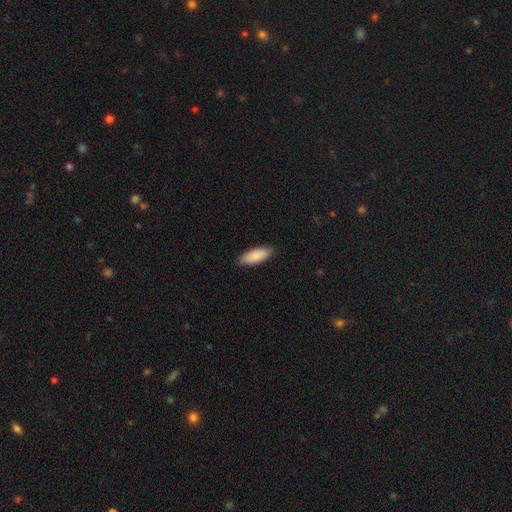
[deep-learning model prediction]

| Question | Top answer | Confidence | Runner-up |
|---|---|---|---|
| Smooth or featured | smooth | 89% | featured or disk (6%) |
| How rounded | in between | 71% | cigar-shaped (27%) |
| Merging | none | 87% | minor disturbance (10%) |